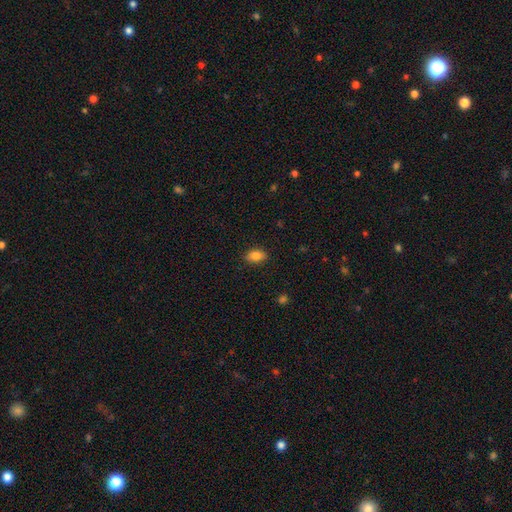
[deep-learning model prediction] A smooth galaxy with no disk features (84%) that is in between round and cigar-shaped (86%). Merging: none (87%).